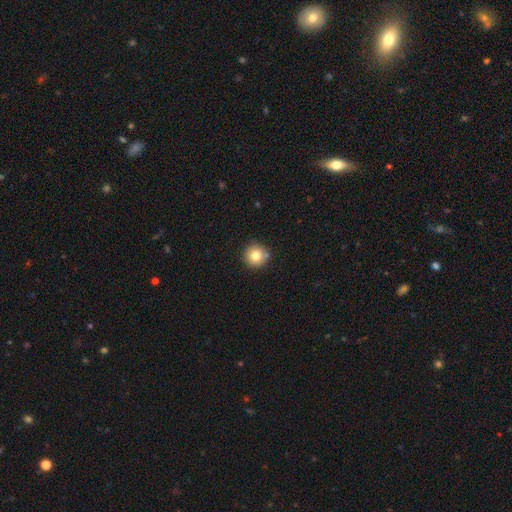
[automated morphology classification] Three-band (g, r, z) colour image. It shows a smooth galaxy with no disk features (79%) that is round (96%). Merging: none (84%).